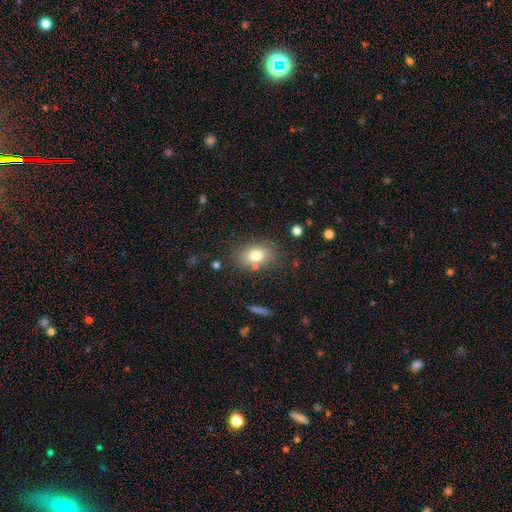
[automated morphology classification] Smooth or featured?
  - smooth: 76% *
  - featured or disk: 13%
  - star or artifact: 11%
How rounded?
  - in between: 75% *
  - round: 23%
  - cigar-shaped: 1%
Merging?
  - none: 75% *
  - minor disturbance: 13%
  - merger: 7%
  - major disturbance: 5%